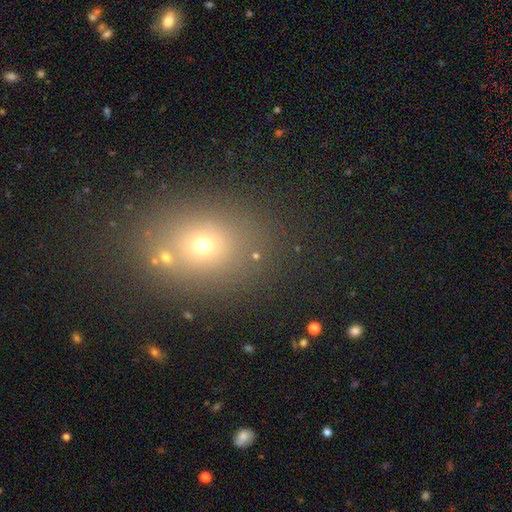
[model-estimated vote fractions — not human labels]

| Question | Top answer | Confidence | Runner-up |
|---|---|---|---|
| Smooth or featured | smooth | 60% | star or artifact (28%) |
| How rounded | round | 60% | in between (38%) |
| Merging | none | 74% | minor disturbance (11%) |